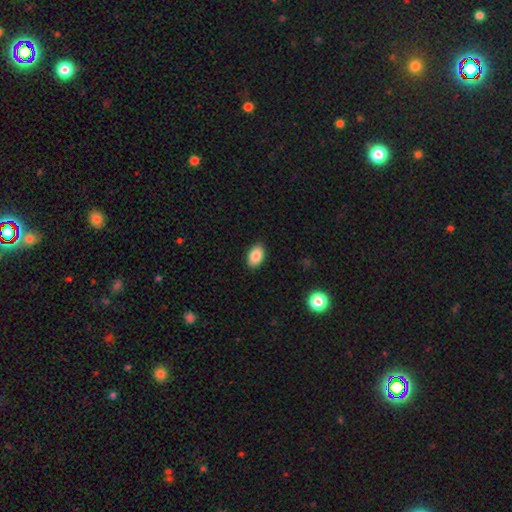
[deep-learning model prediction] Smooth or featured? Predicted: smooth (p=0.87). How rounded? Predicted: in between (p=0.91). Merging? Predicted: none (p=0.88).